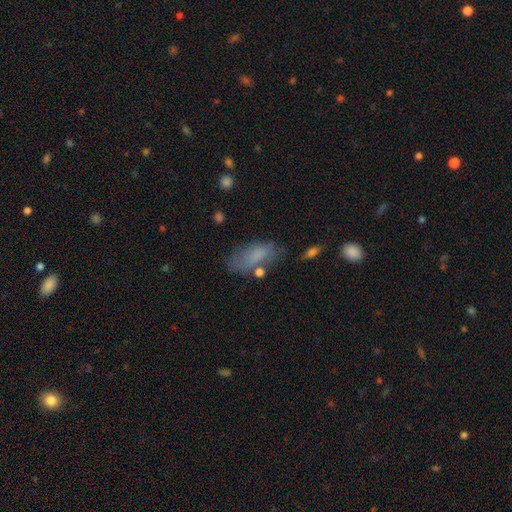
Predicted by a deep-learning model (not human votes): This appears to be a smooth galaxy with no disk features (70%) that is in between round and cigar-shaped (85%). Merging: none (58%).